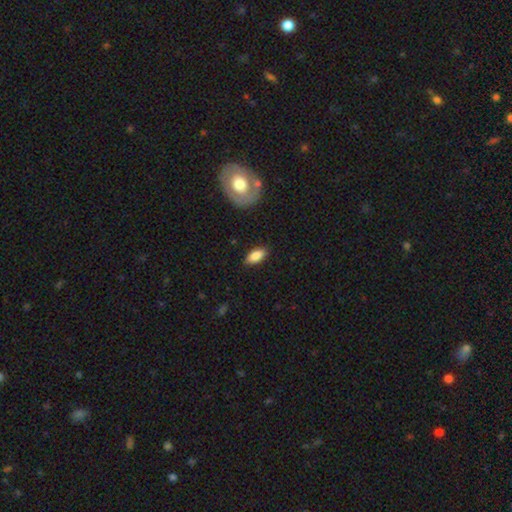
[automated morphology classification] This appears to be a smooth galaxy with no disk features (85%) that is in between round and cigar-shaped (87%). Merging: none (85%).